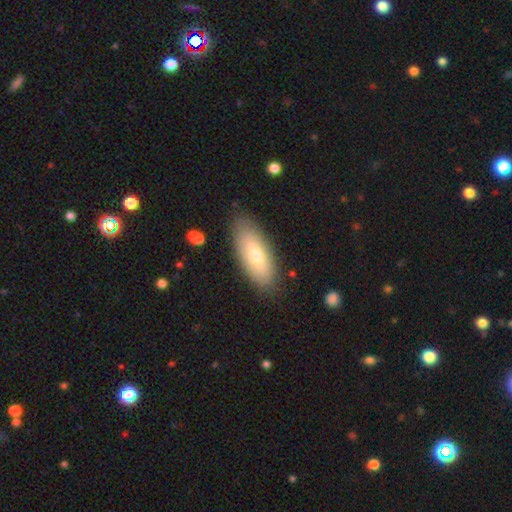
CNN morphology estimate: This appears to be a smooth galaxy with no disk features (67%) that is in between round and cigar-shaped (78%). Merging: none (85%).